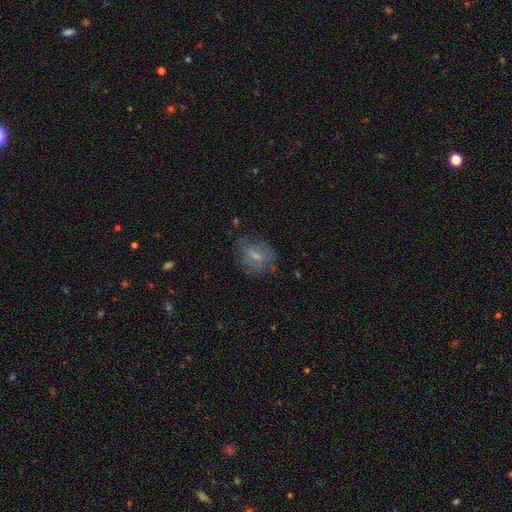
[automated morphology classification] Q: Smooth or featured?
A: smooth (54%); runner-up: featured or disk (36%)
Q: How rounded?
A: round (49%); tied with: in between (49%)
Q: Merging?
A: none (63%); runner-up: minor disturbance (24%)